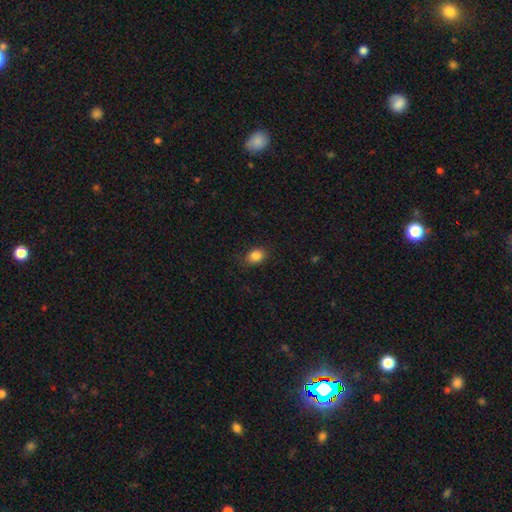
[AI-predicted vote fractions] A smooth galaxy with no disk features (86%) that is in between round and cigar-shaped (59%). Merging: none (82%).